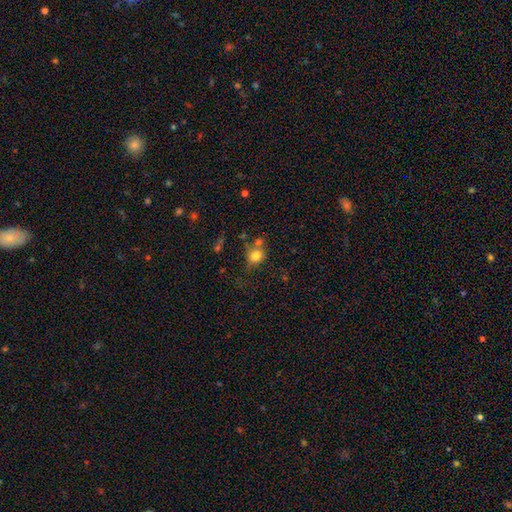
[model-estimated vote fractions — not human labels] The model was most divided on "merging": none: 57%, merger: 19%, minor disturbance: 17%, major disturbance: 7%. More confident: smooth or featured — smooth (80%); how rounded — round (78%).